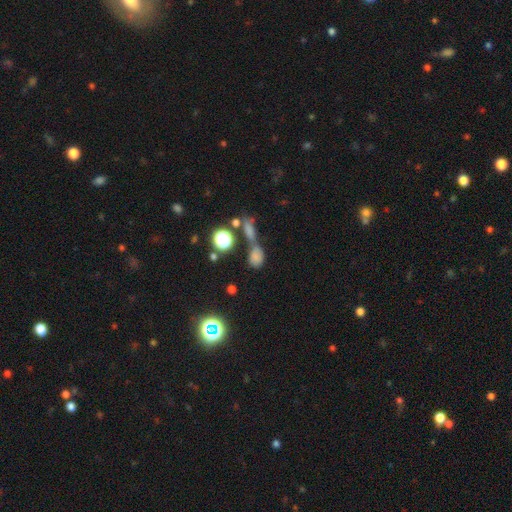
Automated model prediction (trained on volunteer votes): Q: Smooth or featured?
A: smooth (67%); runner-up: star or artifact (23%)
Q: How rounded?
A: in between (60%); runner-up: round (35%)
Q: Merging?
A: merger (46%); runner-up: none (35%)